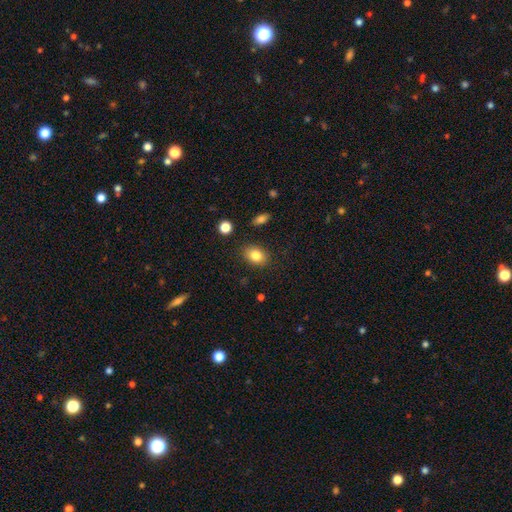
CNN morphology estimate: smooth 83%, star or artifact 9%, featured or disk 8%. Down the decision tree: how rounded — in between (71%); merging — none (86%).